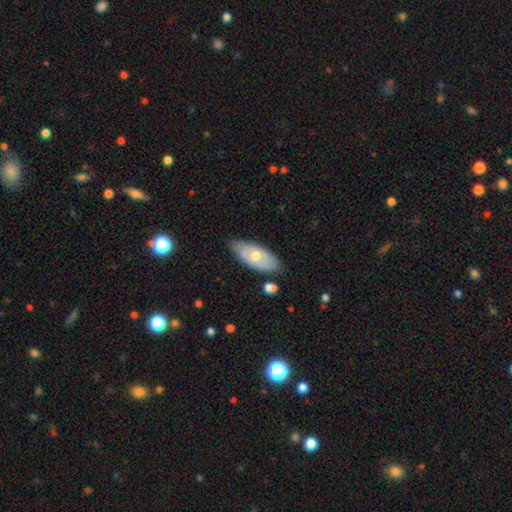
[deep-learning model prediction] Morphology: type=smooth (51%); roundness=in between (87%); merging=none (75%).